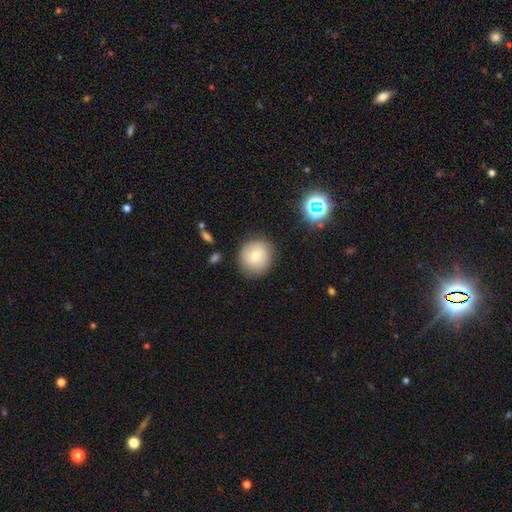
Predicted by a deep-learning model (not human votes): The model was most divided on "smooth or featured": smooth: 68%, featured or disk: 22%, star or artifact: 10%. More confident: how rounded — round (90%); merging — none (84%).